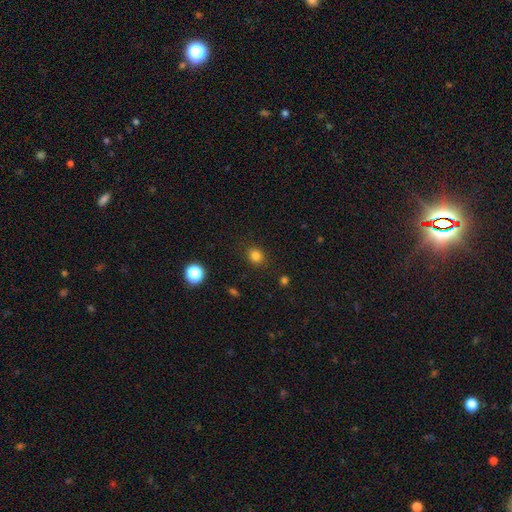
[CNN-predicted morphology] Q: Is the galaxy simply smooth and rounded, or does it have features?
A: smooth — 81%.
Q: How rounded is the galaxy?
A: round — 72%.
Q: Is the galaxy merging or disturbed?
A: none — 87%.